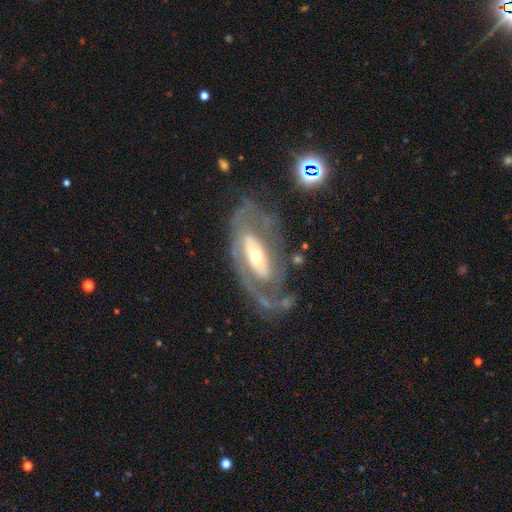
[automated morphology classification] A featured or disk galaxy (83%) with no bar (44%), 2 (52%) tight (47%) spiral arms (81%) and a moderate central bulge (54%). Merging: none (56%).